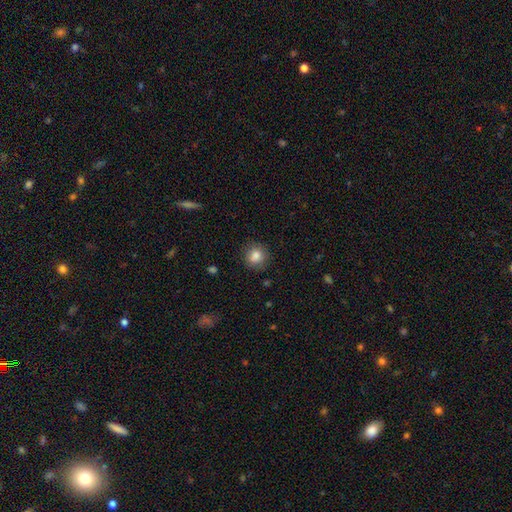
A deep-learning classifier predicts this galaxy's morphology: This appears to be a smooth galaxy with no disk features (84%) that is round (86%). Merging: none (84%).